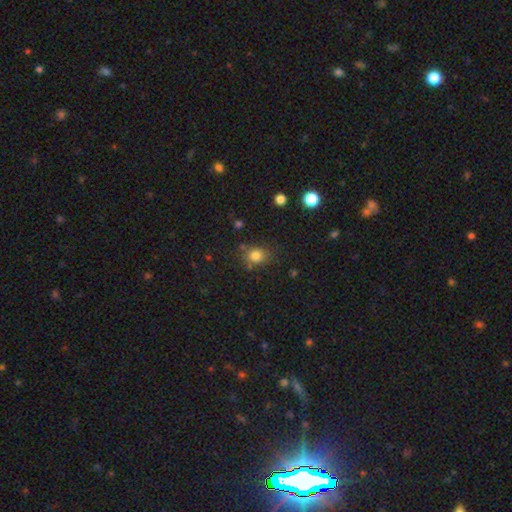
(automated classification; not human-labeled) The model was most divided on "how rounded": round: 70%, in between: 29%, cigar-shaped: 1%. More confident: smooth or featured — smooth (80%); merging — none (73%).